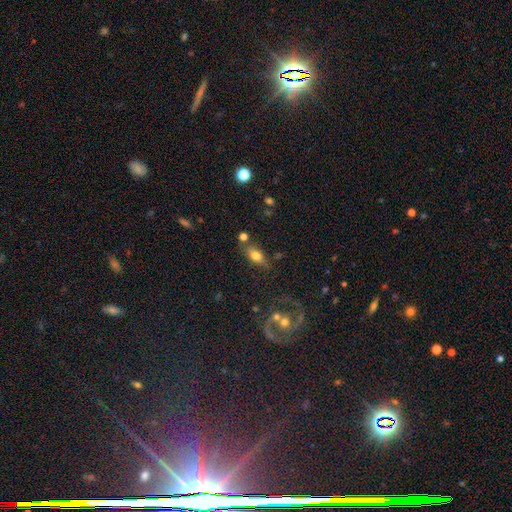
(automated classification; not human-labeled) smooth 69%, featured or disk 21%, star or artifact 10%. Down the decision tree: how rounded — in between (78%); merging — none (68%).